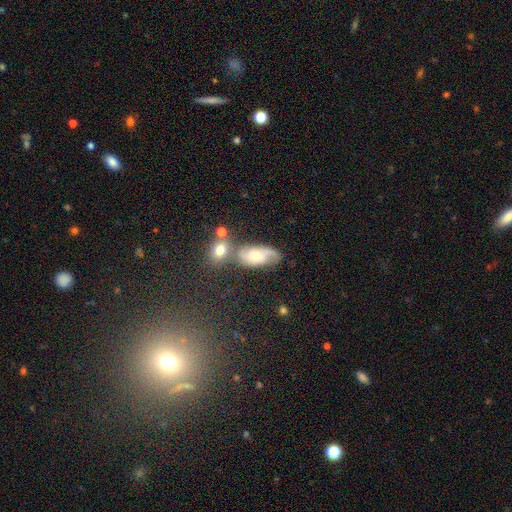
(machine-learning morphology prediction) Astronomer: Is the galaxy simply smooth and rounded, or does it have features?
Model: featured or disk — 61%.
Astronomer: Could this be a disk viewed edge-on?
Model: no — 94%.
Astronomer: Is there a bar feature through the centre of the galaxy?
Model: no — 64%.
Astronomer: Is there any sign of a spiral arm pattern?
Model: yes — 90%.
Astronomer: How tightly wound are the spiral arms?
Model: medium — 43% (runner-up: loose, 36%).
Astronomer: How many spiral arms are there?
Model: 2 — 77%.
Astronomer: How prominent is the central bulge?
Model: moderate — 46% (runner-up: small, 39%).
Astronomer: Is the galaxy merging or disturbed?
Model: none — 47%.